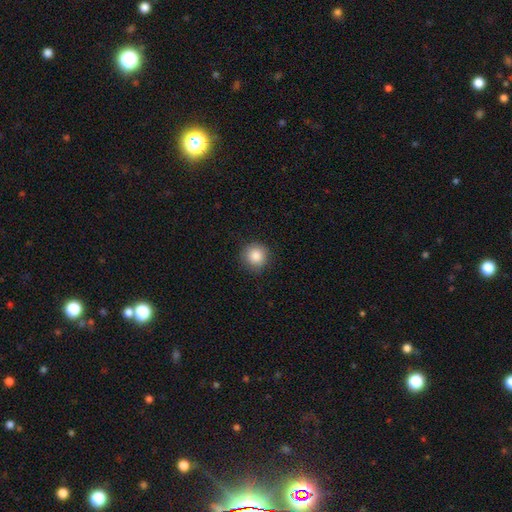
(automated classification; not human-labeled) Smooth or featured?
  - smooth: 87% *
  - star or artifact: 9%
  - featured or disk: 4%
How rounded?
  - round: 94% *
  - in between: 5%
  - cigar-shaped: 1%
Merging?
  - none: 89% *
  - minor disturbance: 8%
  - major disturbance: 2%
  - merger: 1%